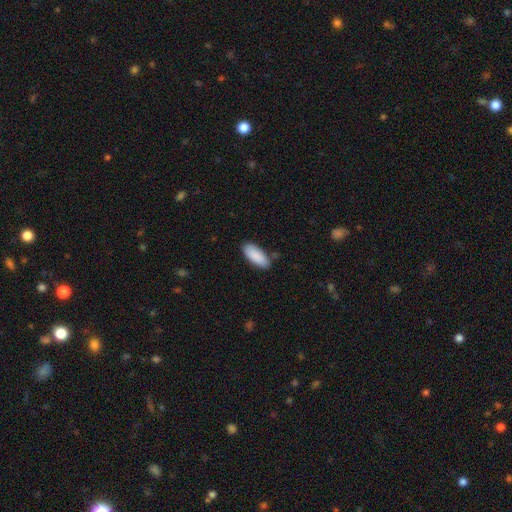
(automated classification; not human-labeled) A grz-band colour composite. It shows a smooth galaxy with no disk features (90%) that is in between round and cigar-shaped (85%). Merging: none (80%).